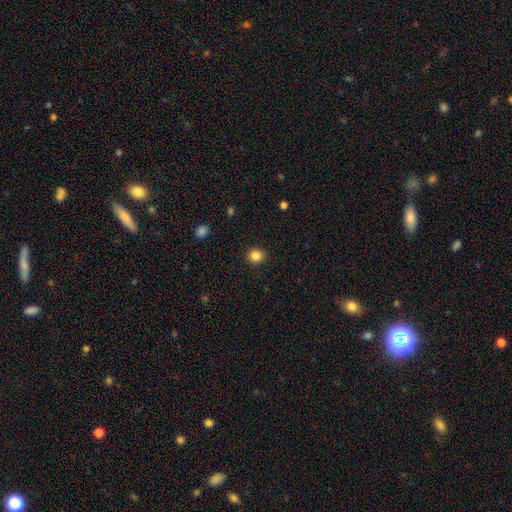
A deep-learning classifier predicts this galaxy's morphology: The model was most divided on "smooth or featured": smooth: 85%, star or artifact: 11%, featured or disk: 4%. More confident: merging — none (92%); how rounded — round (89%).